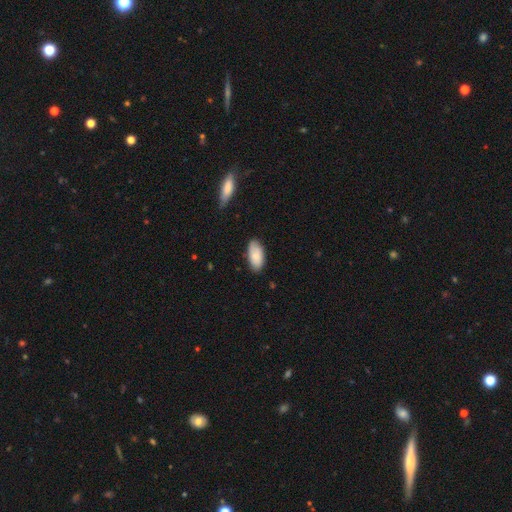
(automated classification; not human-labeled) Morphology: type=smooth (82%); roundness=in between (93%); merging=none (79%).